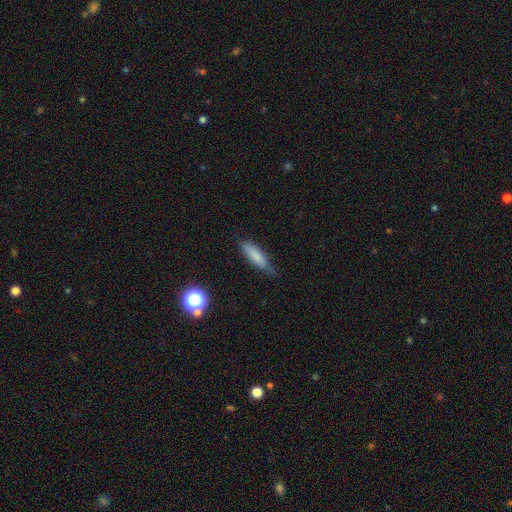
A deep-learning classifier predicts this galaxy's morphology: Smooth or featured?
  - smooth: 74% *
  - featured or disk: 17%
  - star or artifact: 9%
How rounded?
  - cigar-shaped: 61% *
  - in between: 37%
  - round: 2%
Merging?
  - none: 61% *
  - minor disturbance: 30%
  - major disturbance: 6%
  - merger: 2%